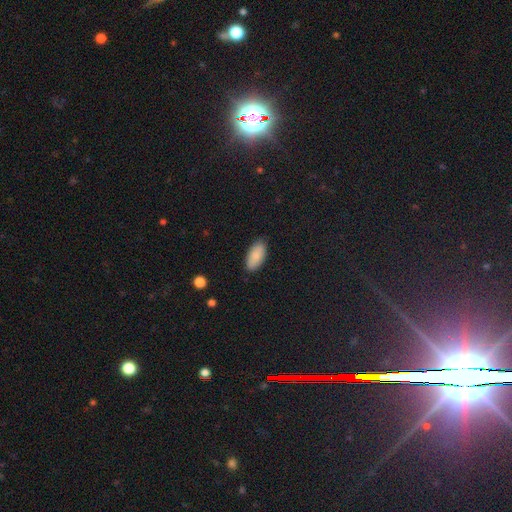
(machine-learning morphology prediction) Q: Smooth or featured?
A: smooth (87%); runner-up: featured or disk (7%)
Q: How rounded?
A: in between (92%); runner-up: cigar-shaped (6%)
Q: Merging?
A: none (85%); runner-up: minor disturbance (12%)